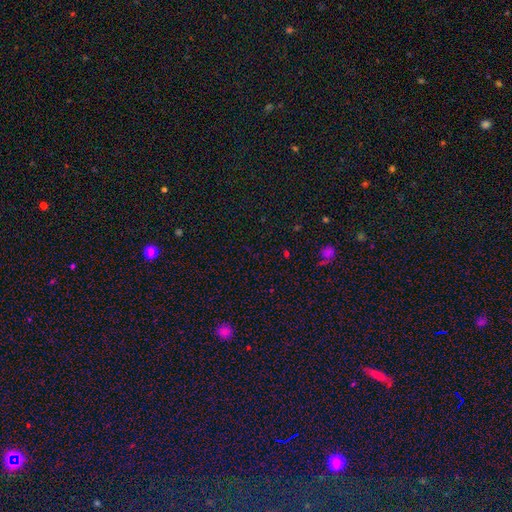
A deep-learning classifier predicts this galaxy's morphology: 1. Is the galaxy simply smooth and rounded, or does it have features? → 65% star or artifact, 27% smooth, 8% featured or disk.